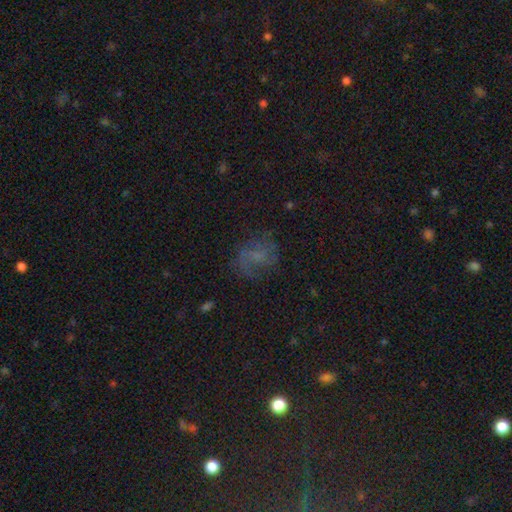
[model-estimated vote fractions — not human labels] featured or disk 45%, smooth 34%, star or artifact 21%. Down the decision tree: merging — none (60%).